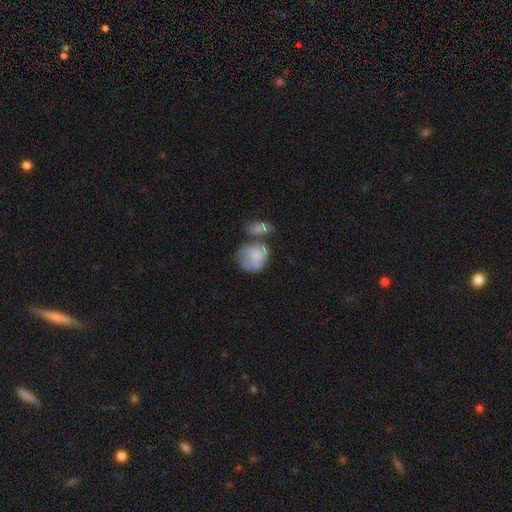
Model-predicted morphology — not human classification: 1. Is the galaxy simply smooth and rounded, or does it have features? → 51% smooth, 42% featured or disk, 8% star or artifact.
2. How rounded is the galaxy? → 54% round, 44% in between, 1% cigar-shaped.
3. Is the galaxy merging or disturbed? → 30% none, 29% merger, 22% minor disturbance, 19% major disturbance.